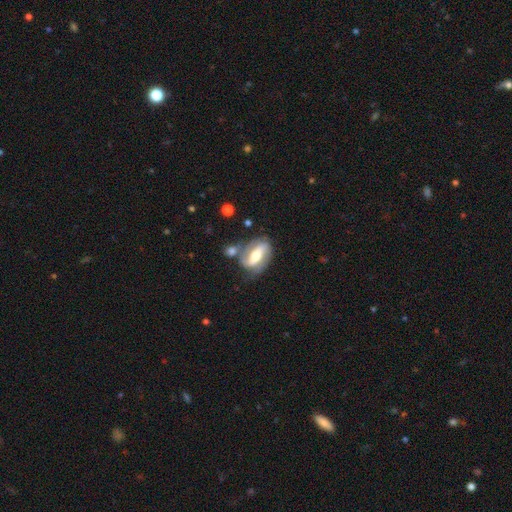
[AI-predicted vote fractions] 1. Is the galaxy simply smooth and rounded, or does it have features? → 73% featured or disk, 21% smooth, 6% star or artifact.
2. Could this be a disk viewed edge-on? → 93% no, 7% yes.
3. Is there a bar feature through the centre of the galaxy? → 51% strong, 31% weak, 18% no.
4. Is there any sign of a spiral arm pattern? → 87% yes, 13% no.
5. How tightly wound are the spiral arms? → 44% medium, 30% tight, 26% loose.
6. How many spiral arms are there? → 83% 2, 8% can't tell, 6% 1, 2% 3, 1% 4, 1% more than 4.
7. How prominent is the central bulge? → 62% moderate, 19% small, 15% large, 2% dominant, 2% none.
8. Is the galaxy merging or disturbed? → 55% none, 20% minor disturbance, 14% merger, 11% major disturbance.